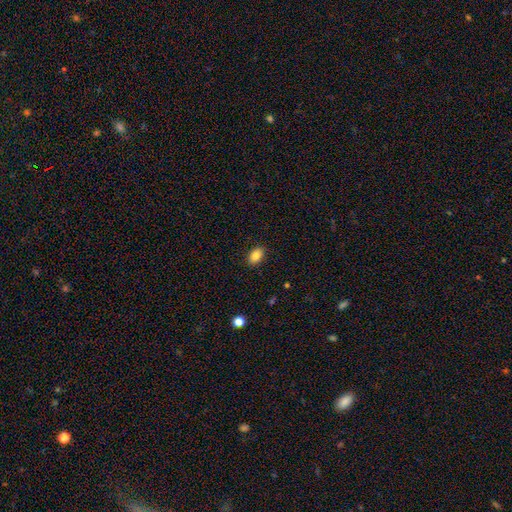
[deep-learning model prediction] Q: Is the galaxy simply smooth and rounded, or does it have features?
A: smooth — 85%.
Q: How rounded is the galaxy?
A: in between — 85%.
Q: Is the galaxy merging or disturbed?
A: none — 88%.